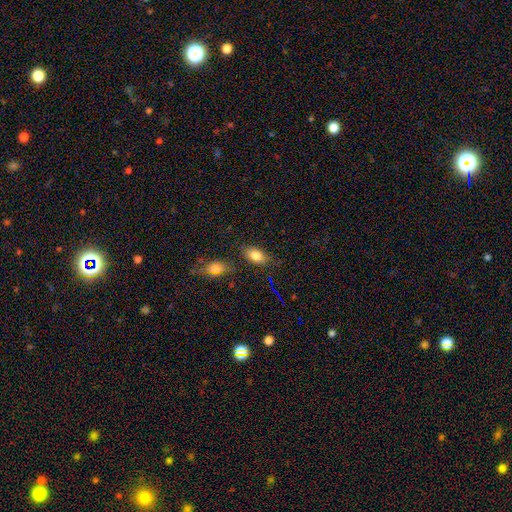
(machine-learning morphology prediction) Overall: smooth (80%). How rounded: in between (88%). Merging: none (78%).